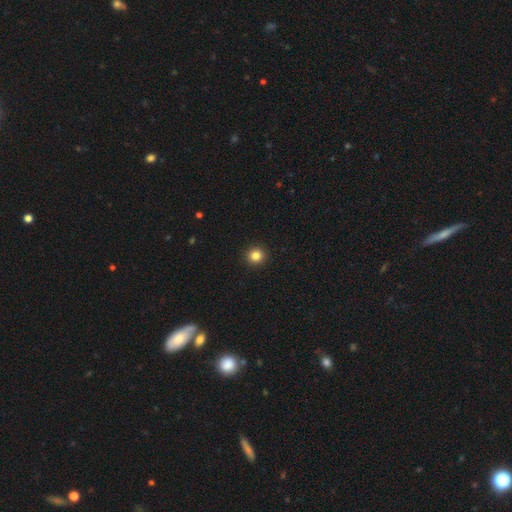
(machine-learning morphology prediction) A smooth galaxy with no disk features (84%) that is round (94%). Merging: none (94%).